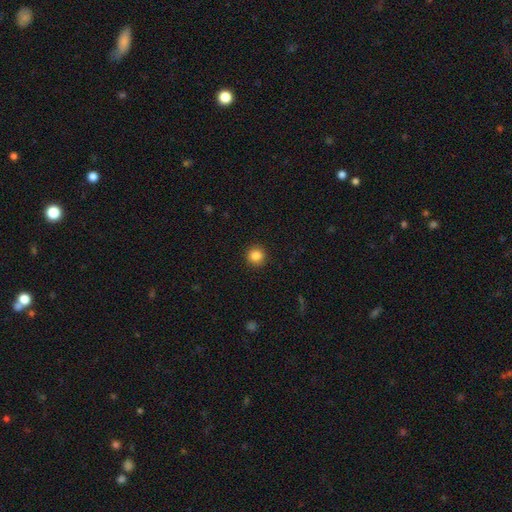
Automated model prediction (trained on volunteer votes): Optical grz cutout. It shows a smooth galaxy with no disk features (85%) that is round (93%). Merging: none (92%).